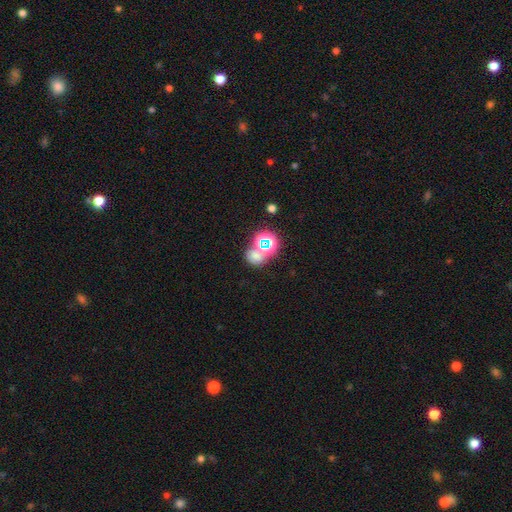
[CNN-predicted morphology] smooth-or-featured: smooth: 48% | star or artifact: 41% | featured or disk: 11%
  merging: none: 48% | merger: 34% | minor disturbance: 10% | major disturbance: 7%